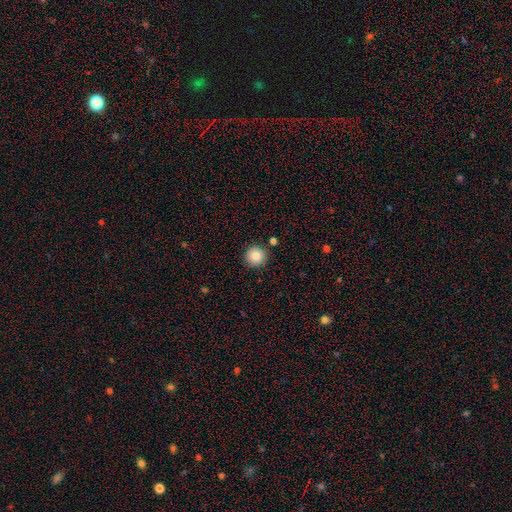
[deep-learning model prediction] A smooth galaxy with no disk features (85%) that is round (95%).

Vote fractions:
- Smooth or featured? smooth: 85% / star or artifact: 9% / featured or disk: 5%
- How rounded? round: 95% / in between: 4% / cigar-shaped: 1%
- Merging? none: 89% / minor disturbance: 6% / merger: 3% / major disturbance: 2%